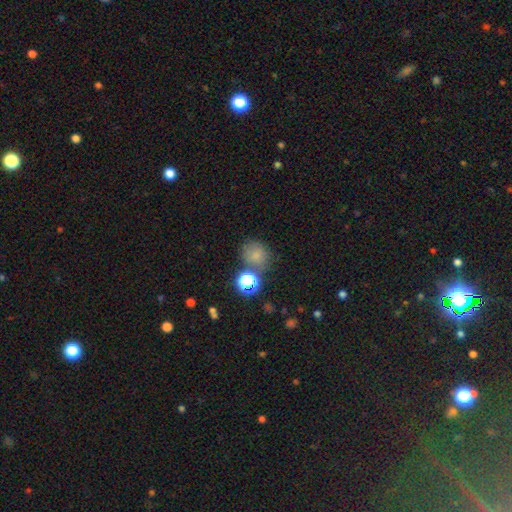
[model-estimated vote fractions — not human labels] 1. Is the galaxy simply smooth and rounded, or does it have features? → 72% smooth, 20% star or artifact, 9% featured or disk.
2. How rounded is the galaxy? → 77% round, 22% in between, 1% cigar-shaped.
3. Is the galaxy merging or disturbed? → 62% none, 17% merger, 15% minor disturbance, 6% major disturbance.